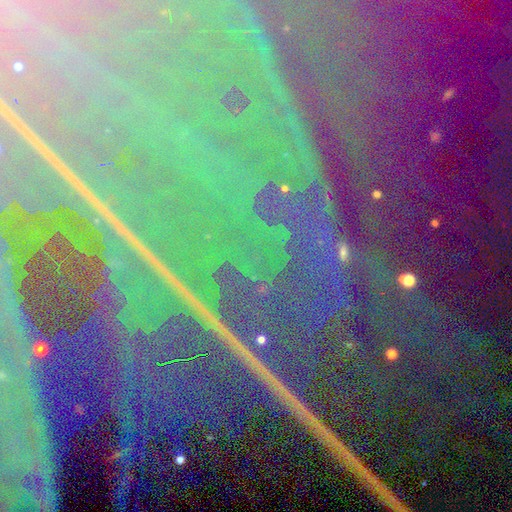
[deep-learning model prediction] This is clearly a star or artifact rather than a galaxy (90%).